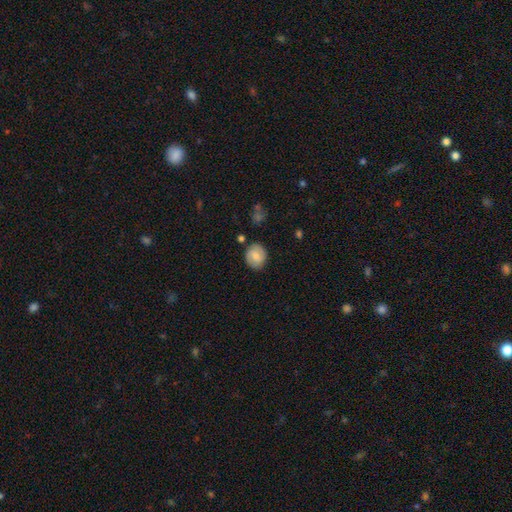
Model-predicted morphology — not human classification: Q: Smooth or featured?
A: smooth (70%); runner-up: featured or disk (23%)
Q: How rounded?
A: round (71%); runner-up: in between (28%)
Q: Merging?
A: none (81%); runner-up: minor disturbance (13%)